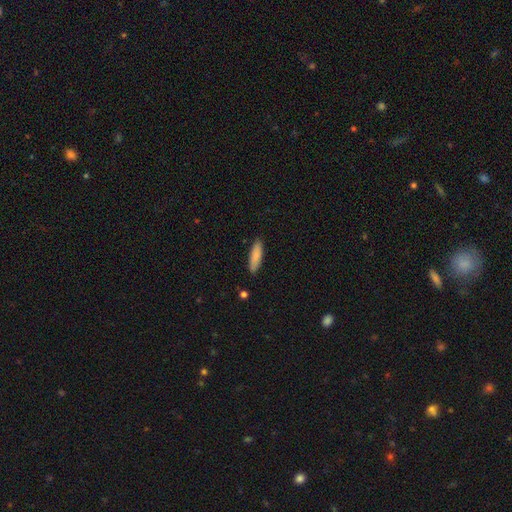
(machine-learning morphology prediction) Smooth or featured? Predicted: smooth (p=0.86). How rounded? Predicted: cigar-shaped (p=0.61). Merging? Predicted: none (p=0.87).